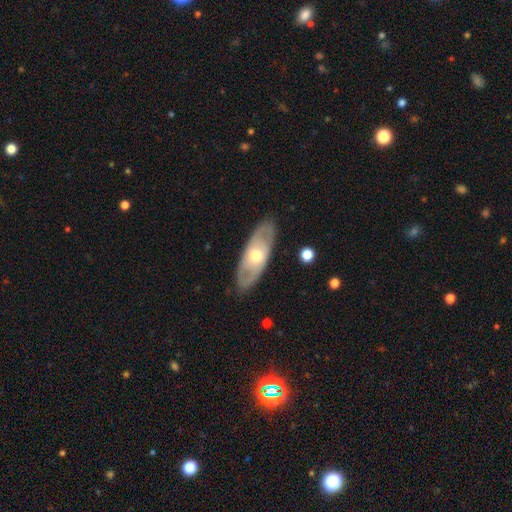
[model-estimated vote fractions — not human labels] smooth_or_featured: featured or disk (p=0.58) [alt: smooth p=0.37]
disk_edge_on: no (p=0.77) [alt: yes p=0.23]
merging: none (p=0.85) [alt: minor disturbance p=0.11]